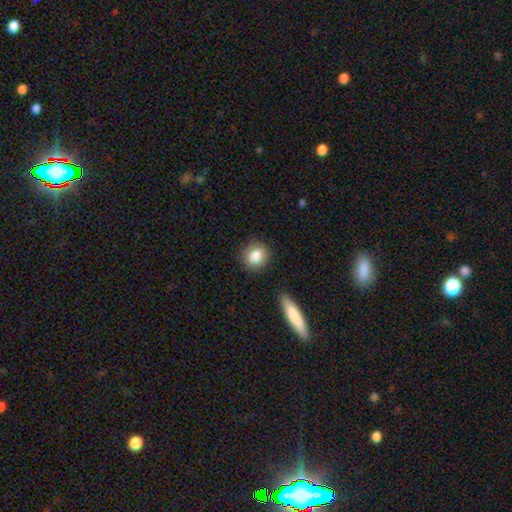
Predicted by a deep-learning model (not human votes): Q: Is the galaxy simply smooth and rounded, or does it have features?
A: smooth — 83%.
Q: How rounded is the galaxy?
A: round — 81%.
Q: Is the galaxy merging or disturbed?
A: none — 86%.